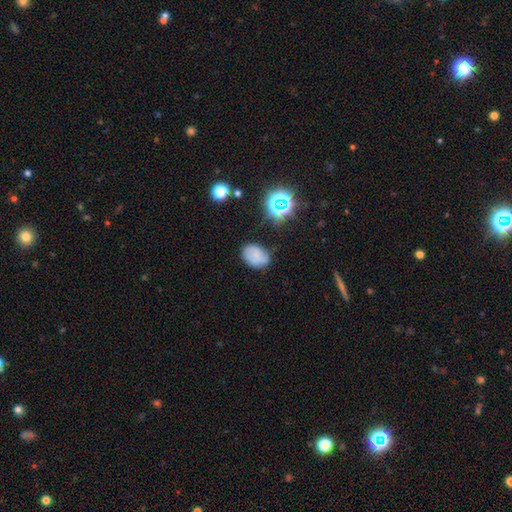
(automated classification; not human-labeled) Smooth or featured?
  - smooth: 71% *
  - star or artifact: 16%
  - featured or disk: 13%
How rounded?
  - in between: 77% *
  - round: 22%
  - cigar-shaped: 1%
Merging?
  - none: 69% *
  - minor disturbance: 22%
  - major disturbance: 6%
  - merger: 3%